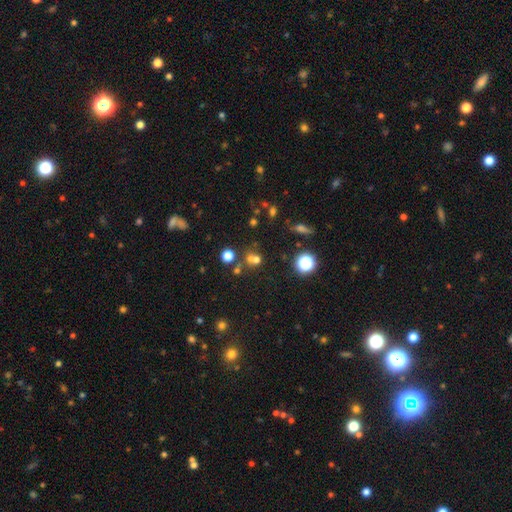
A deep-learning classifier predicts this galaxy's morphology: type=star or artifact (49%).